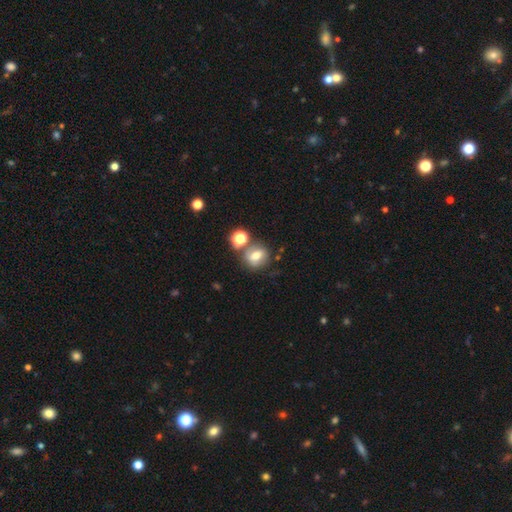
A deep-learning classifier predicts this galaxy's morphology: Smooth or featured: smooth — 64% (featured or disk — 22%)
How rounded: round — 68% (in between — 31%)
Merging: none — 60% (merger — 22%)